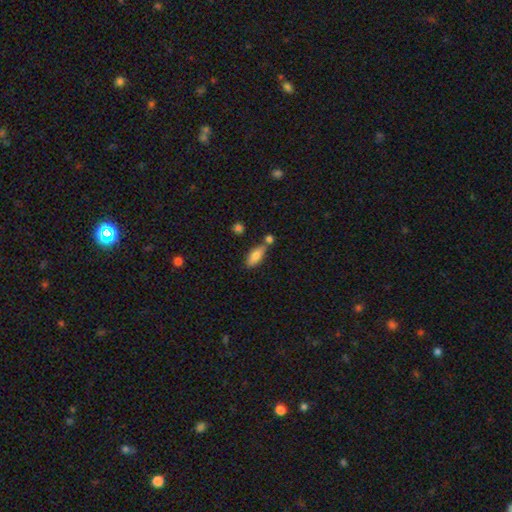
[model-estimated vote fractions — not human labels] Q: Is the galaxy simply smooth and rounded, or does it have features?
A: smooth — 80%.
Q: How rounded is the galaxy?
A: in between — 73%.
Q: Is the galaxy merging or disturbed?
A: none — 60%.